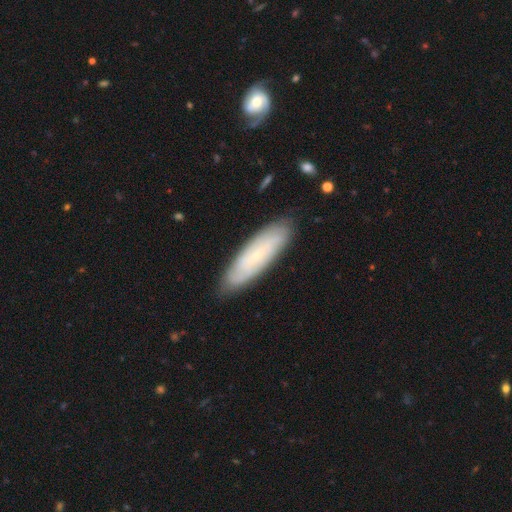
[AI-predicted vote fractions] Smooth or featured? featured or disk (47%)
Merging? none (84%)